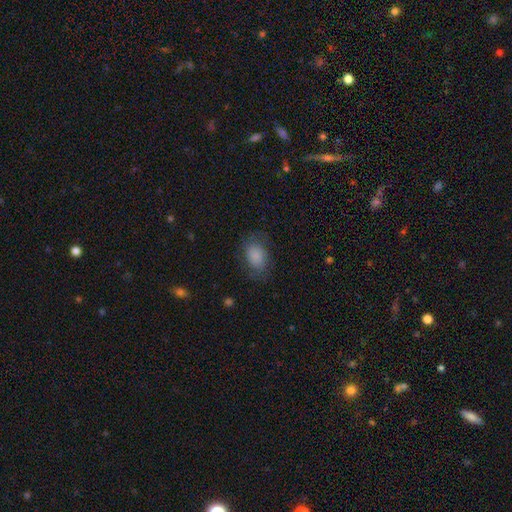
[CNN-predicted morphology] smooth_or_featured: smooth (p=0.80) [alt: featured or disk p=0.11]
how_rounded: in between (p=0.79) [alt: round p=0.20]
merging: none (p=0.70) [alt: minor disturbance p=0.19]